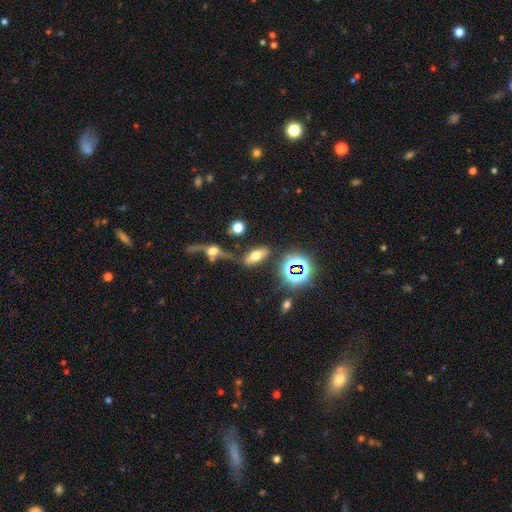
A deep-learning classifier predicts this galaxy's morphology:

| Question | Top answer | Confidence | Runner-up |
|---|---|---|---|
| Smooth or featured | smooth | 58% | featured or disk (23%) |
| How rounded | in between | 79% | cigar-shaped (14%) |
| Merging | none | 70% | minor disturbance (12%) |